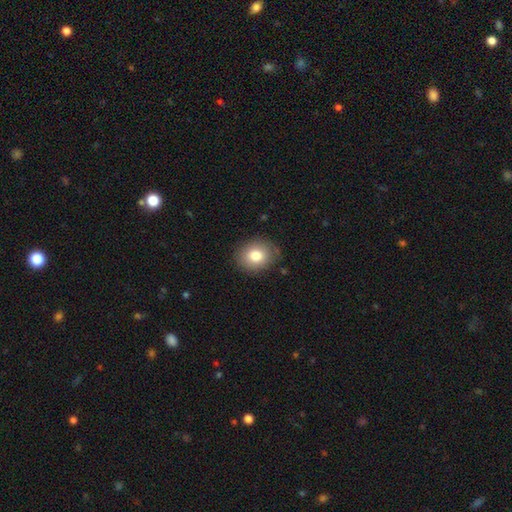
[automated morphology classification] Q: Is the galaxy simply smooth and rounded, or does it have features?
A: smooth — 80%.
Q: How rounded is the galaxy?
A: round — 61%.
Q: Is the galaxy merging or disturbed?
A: none — 84%.